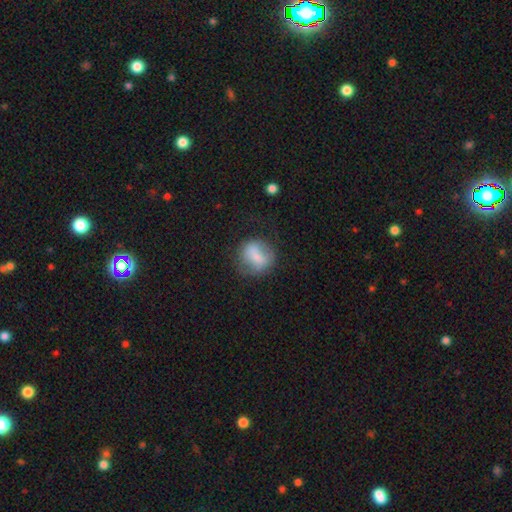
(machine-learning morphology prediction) Smooth or featured: smooth — 66% (featured or disk — 26%)
How rounded: round — 73% (in between — 25%)
Merging: none — 57% (minor disturbance — 23%)